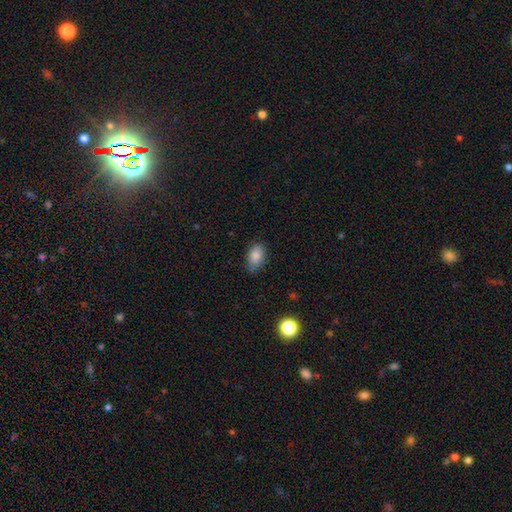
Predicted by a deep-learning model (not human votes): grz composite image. It shows a smooth galaxy with no disk features (86%) that is in between round and cigar-shaped (90%). Merging: none (78%).